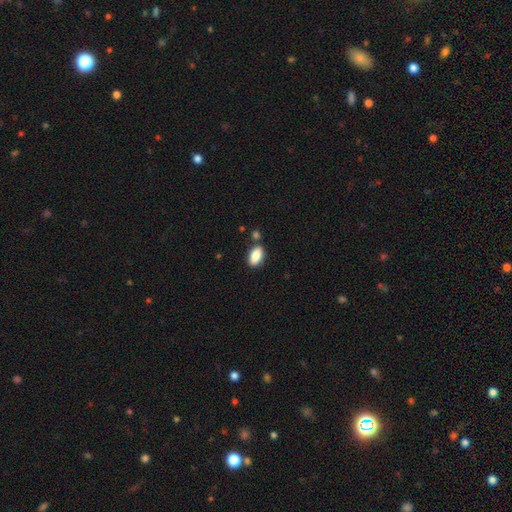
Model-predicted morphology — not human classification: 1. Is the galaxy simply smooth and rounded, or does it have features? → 88% smooth, 7% star or artifact, 5% featured or disk.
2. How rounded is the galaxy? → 91% in between, 4% round, 4% cigar-shaped.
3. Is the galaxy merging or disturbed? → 76% none, 12% minor disturbance, 9% merger, 3% major disturbance.